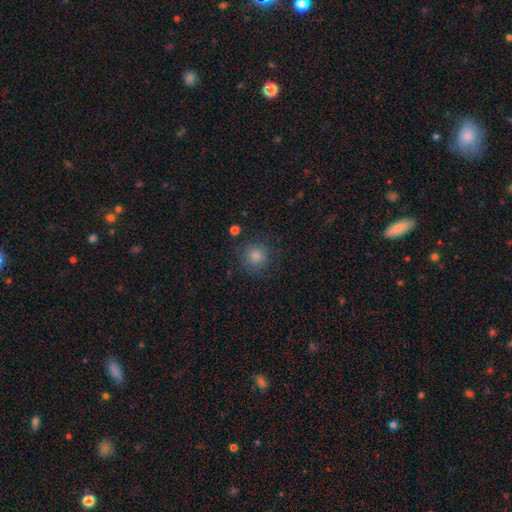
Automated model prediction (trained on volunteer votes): Morphology: type=smooth (78%); roundness=round (94%); merging=none (85%).